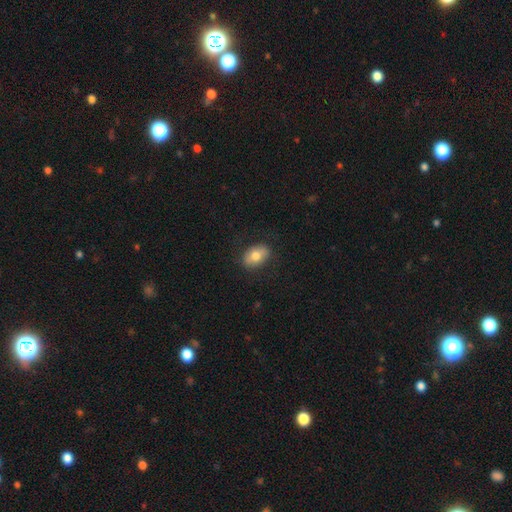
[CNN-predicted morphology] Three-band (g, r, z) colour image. It shows a smooth galaxy with no disk features (74%) that is in between round and cigar-shaped (81%). Merging: none (82%).